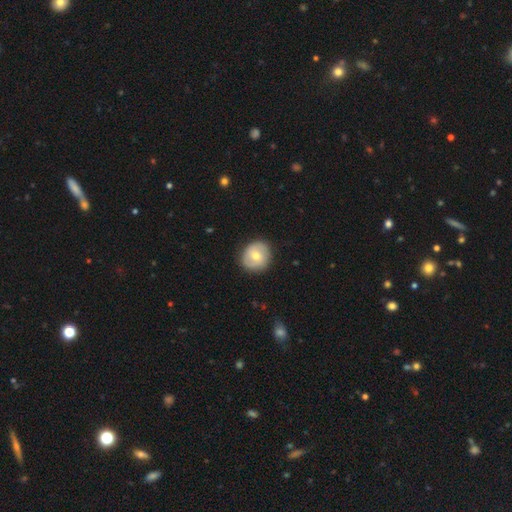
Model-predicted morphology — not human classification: smooth-or-featured: smooth: 53% | featured or disk: 41% | star or artifact: 6%
  how-rounded: round: 83% | in between: 16% | cigar-shaped: 1%
  merging: none: 85% | minor disturbance: 11% | major disturbance: 3% | merger: 1%